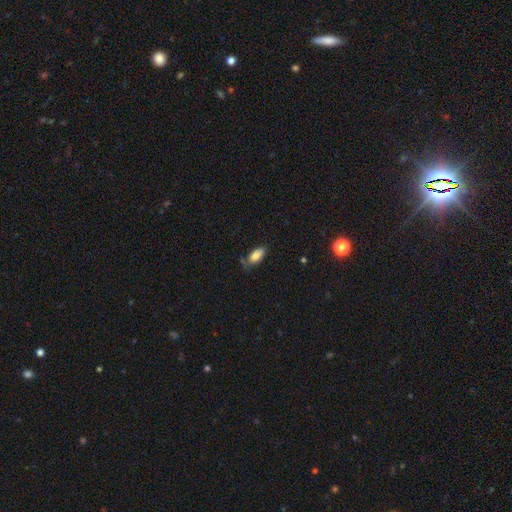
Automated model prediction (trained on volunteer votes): Smooth or featured: smooth — 81% (featured or disk — 11%)
How rounded: in between — 89% (cigar-shaped — 8%)
Merging: none — 58% (minor disturbance — 30%)